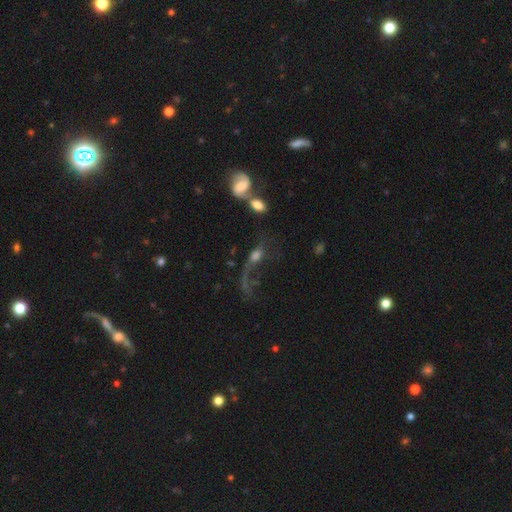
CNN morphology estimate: smooth-or-featured: featured or disk: 52% | smooth: 36% | star or artifact: 12%
  disk-edge-on: no: 89% | yes: 11%
  merging: major disturbance: 38% | merger: 30% | none: 21% | minor disturbance: 11%